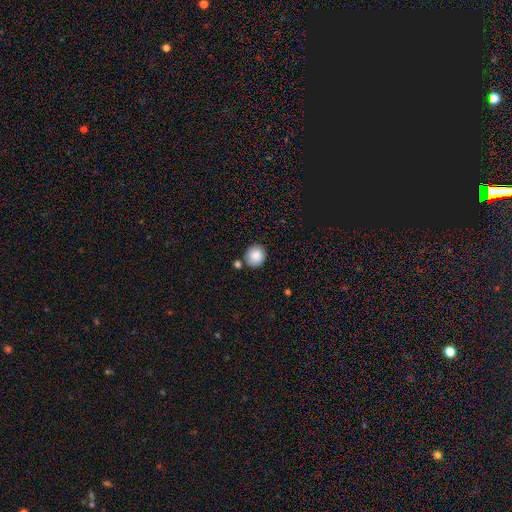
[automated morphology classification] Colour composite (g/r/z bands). It shows a smooth galaxy with no disk features (87%) that is round (87%). Merging: none (76%).